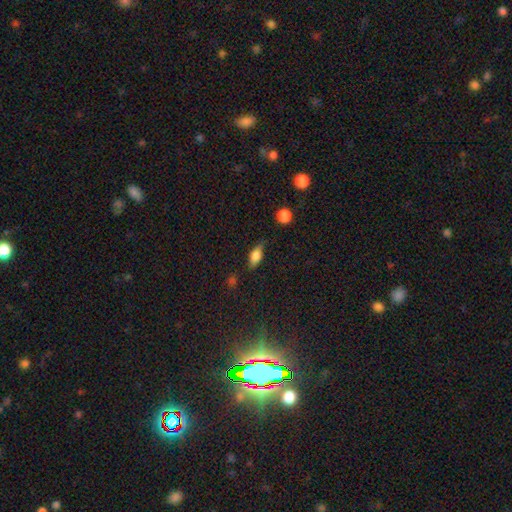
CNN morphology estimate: Q: Smooth or featured?
A: smooth (69%); runner-up: featured or disk (23%)
Q: How rounded?
A: in between (78%); runner-up: cigar-shaped (16%)
Q: Merging?
A: none (67%); runner-up: minor disturbance (25%)